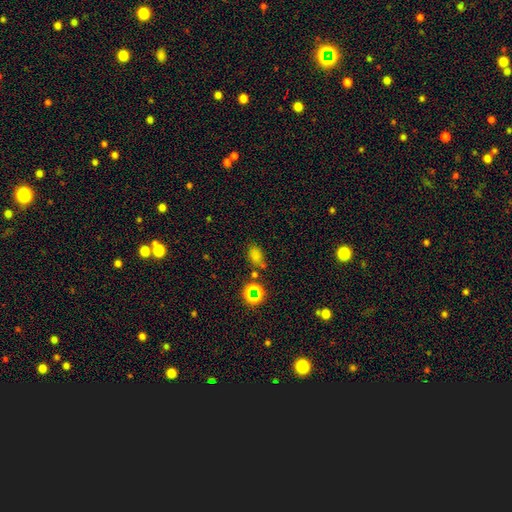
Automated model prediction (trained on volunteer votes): A smooth galaxy with no disk features (67%) that is in between round and cigar-shaped (80%). Merging: none (65%).